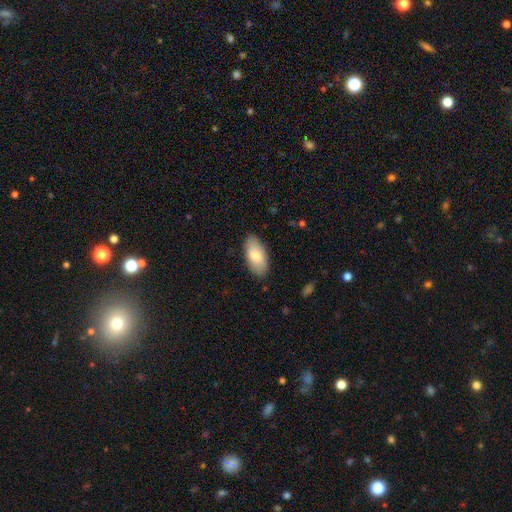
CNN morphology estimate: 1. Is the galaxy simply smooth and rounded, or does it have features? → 80% smooth, 14% featured or disk, 5% star or artifact.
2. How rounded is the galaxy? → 92% in between, 6% cigar-shaped, 2% round.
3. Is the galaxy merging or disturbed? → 87% none, 10% minor disturbance, 2% major disturbance, 1% merger.